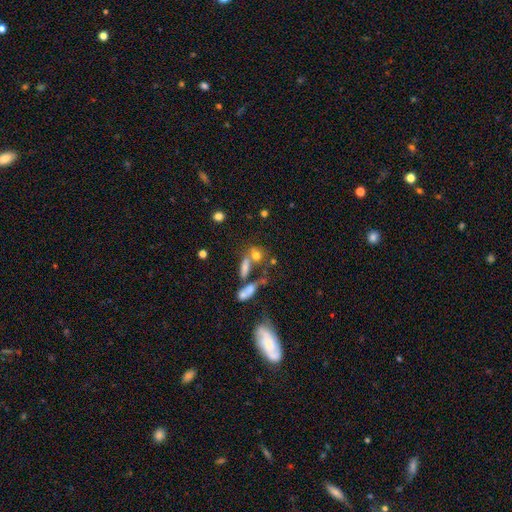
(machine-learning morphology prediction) Q: Smooth or featured?
A: smooth (65%); runner-up: star or artifact (18%)
Q: How rounded?
A: in between (44%); runner-up: round (43%)
Q: Merging?
A: none (42%); runner-up: merger (36%)